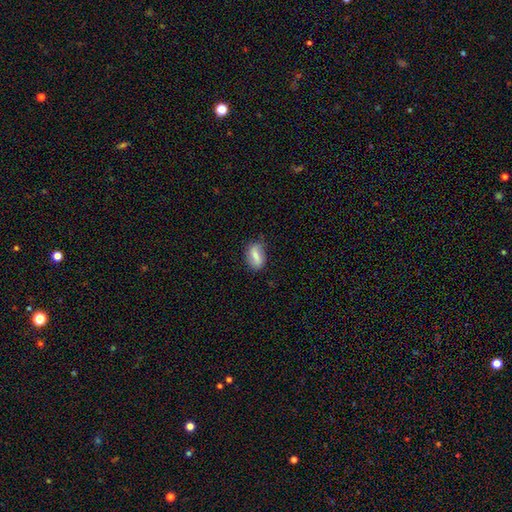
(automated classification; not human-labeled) Q: Smooth or featured?
A: smooth (67%); runner-up: featured or disk (25%)
Q: How rounded?
A: in between (84%); runner-up: round (10%)
Q: Merging?
A: none (70%); runner-up: minor disturbance (23%)